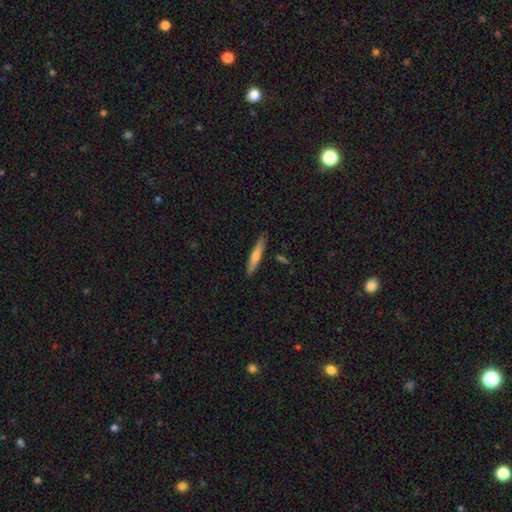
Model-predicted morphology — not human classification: Smooth or featured?
  - smooth: 54% *
  - featured or disk: 40%
  - star or artifact: 6%
How rounded?
  - cigar-shaped: 91% *
  - in between: 7%
  - round: 2%
Merging?
  - none: 88% *
  - minor disturbance: 8%
  - merger: 2%
  - major disturbance: 2%